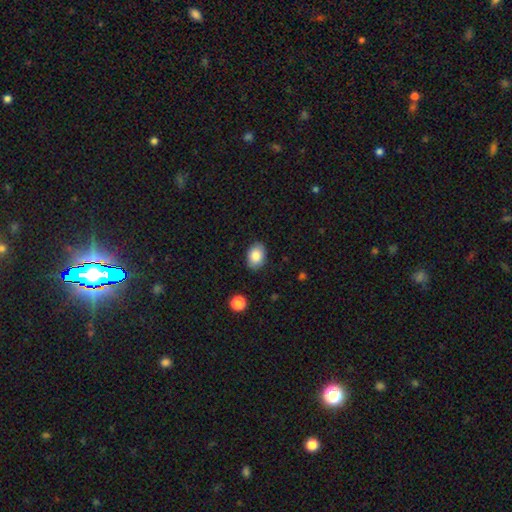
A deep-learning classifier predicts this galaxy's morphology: A smooth galaxy with no disk features (86%) that is in between round and cigar-shaped (78%). Merging: none (86%).